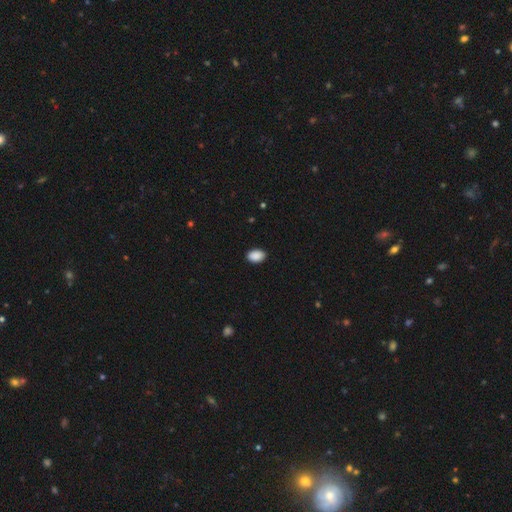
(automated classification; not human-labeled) The model was most divided on "how rounded": in between: 87%, round: 12%, cigar-shaped: 1%. More confident: smooth or featured — smooth (90%); merging — none (89%).